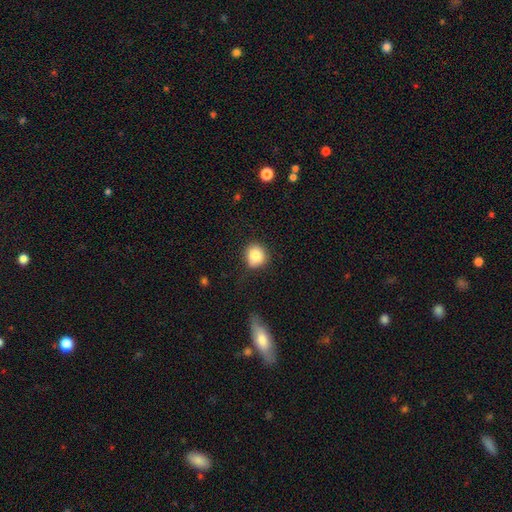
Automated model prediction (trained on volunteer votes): Smooth or featured?
  - smooth: 83% *
  - star or artifact: 9%
  - featured or disk: 8%
How rounded?
  - round: 84% *
  - in between: 15%
  - cigar-shaped: 1%
Merging?
  - none: 75% *
  - minor disturbance: 19%
  - major disturbance: 4%
  - merger: 2%